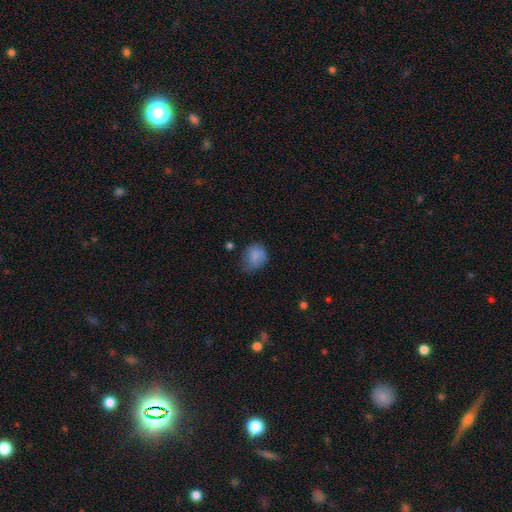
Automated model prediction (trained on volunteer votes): This is likely a smooth galaxy (79%). How rounded: possibly round (59%). Merging: possibly none (50%).